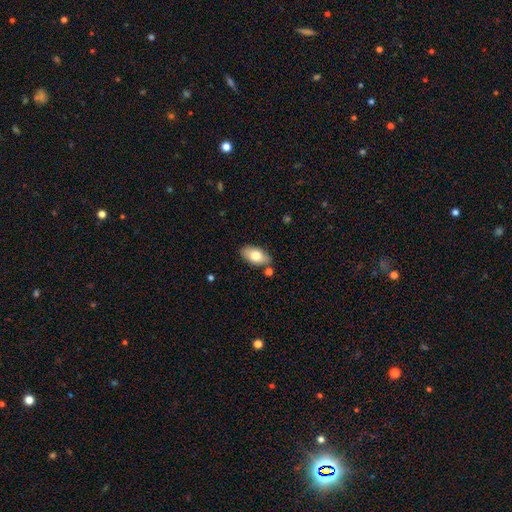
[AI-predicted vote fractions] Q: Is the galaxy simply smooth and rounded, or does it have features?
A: smooth — 76%.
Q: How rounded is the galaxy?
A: in between — 93%.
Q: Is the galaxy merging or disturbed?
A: none — 81%.